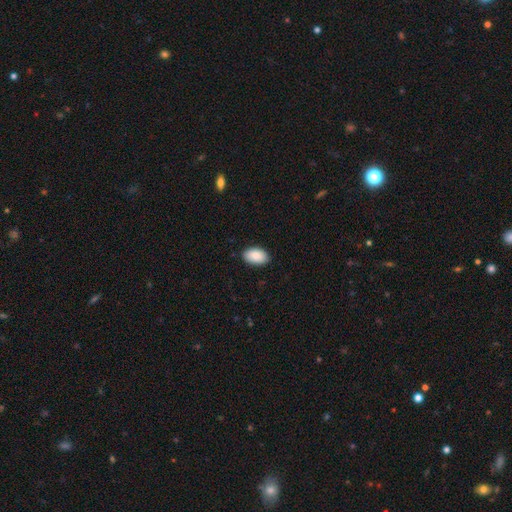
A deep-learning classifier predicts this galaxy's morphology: smooth_or_featured: smooth (p=0.88) [alt: star or artifact p=0.06]
how_rounded: in between (p=0.93) [alt: round p=0.05]
merging: none (p=0.87) [alt: minor disturbance p=0.10]